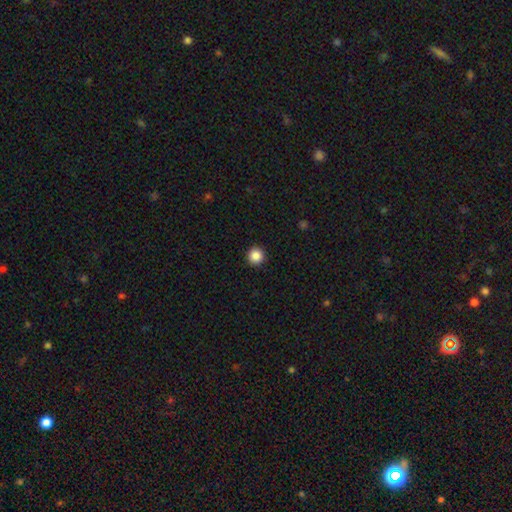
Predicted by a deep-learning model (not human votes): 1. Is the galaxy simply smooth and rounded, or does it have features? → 87% smooth, 10% star or artifact, 3% featured or disk.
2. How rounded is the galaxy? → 96% round, 3% in between, 1% cigar-shaped.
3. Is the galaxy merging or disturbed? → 93% none, 4% minor disturbance, 2% major disturbance, 1% merger.